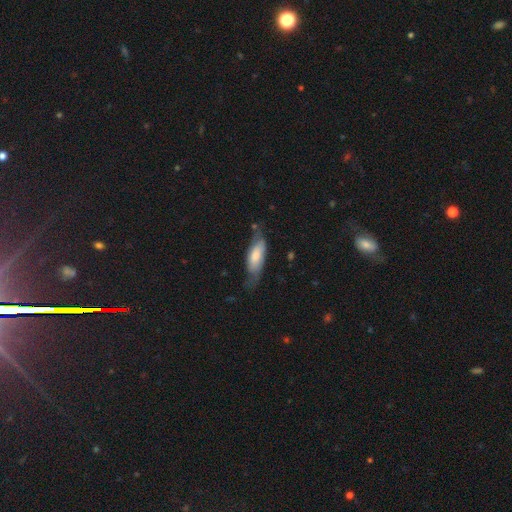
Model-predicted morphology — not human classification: This is likely a smooth galaxy (64%). How rounded: likely in between (68%). Merging: possibly none (49%).